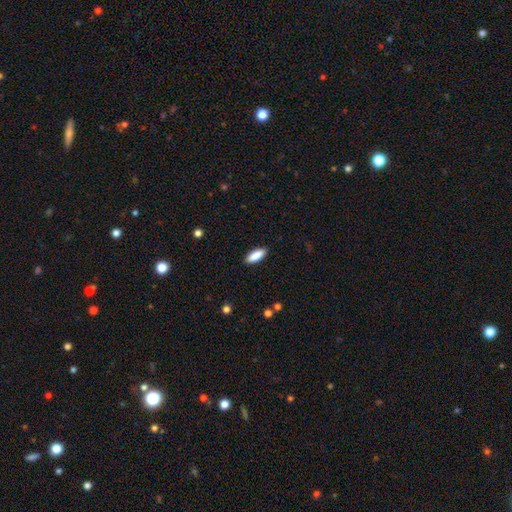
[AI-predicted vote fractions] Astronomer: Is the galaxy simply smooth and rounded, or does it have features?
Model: smooth — 88%.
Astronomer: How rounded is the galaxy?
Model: in between — 66%.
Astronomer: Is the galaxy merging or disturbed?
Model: none — 89%.